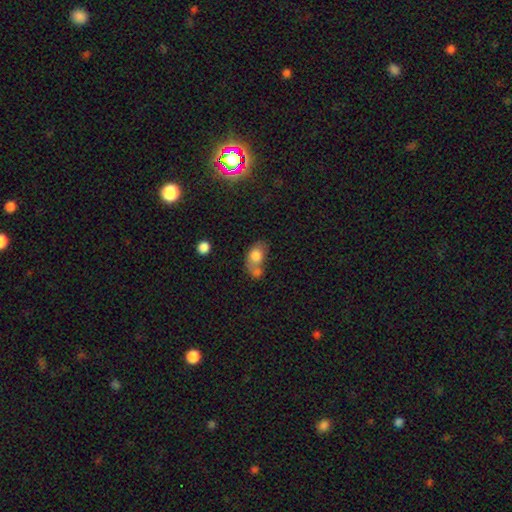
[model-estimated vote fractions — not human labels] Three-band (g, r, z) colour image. It shows a smooth galaxy with no disk features (76%) that is in between round and cigar-shaped (74%). Merging: merger (48%).